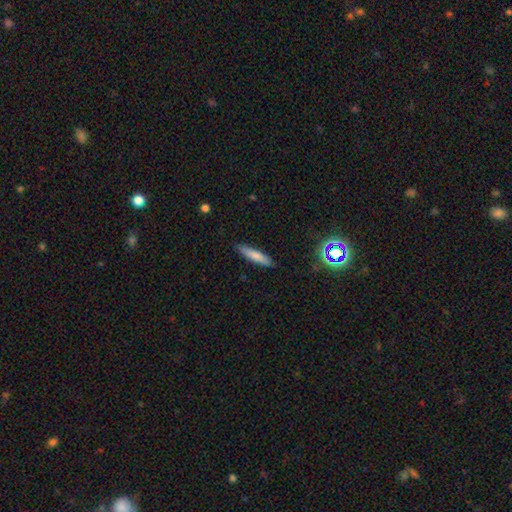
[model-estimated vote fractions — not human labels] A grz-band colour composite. It shows a smooth galaxy with no disk features (75%) that is cigar-shaped (83%). Merging: none (88%).